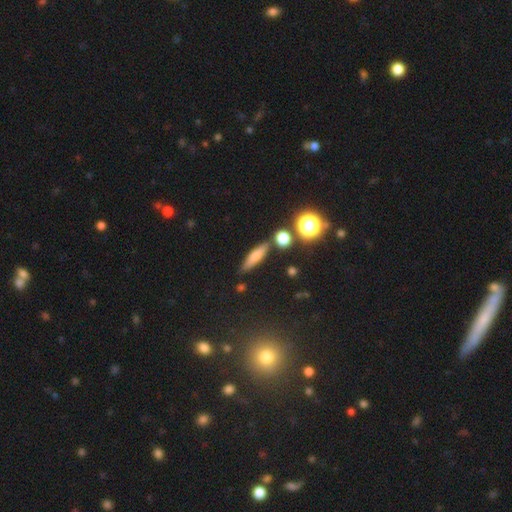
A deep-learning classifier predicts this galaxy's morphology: This is likely a smooth galaxy (68%). How rounded: likely cigar-shaped (66%). Merging: likely none (79%).